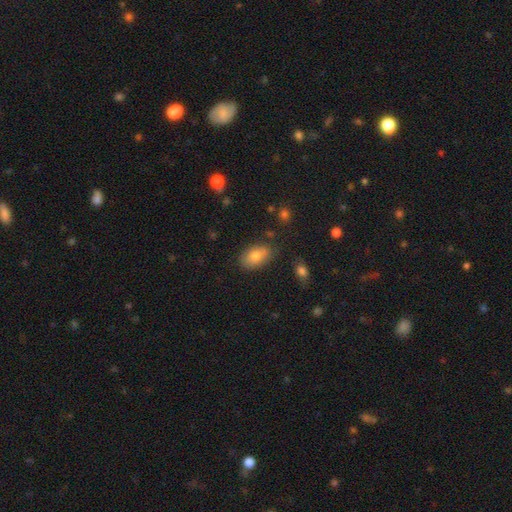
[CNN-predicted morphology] smooth_or_featured: smooth (p=0.78) [alt: featured or disk p=0.13]
how_rounded: in between (p=0.91) [alt: round p=0.07]
merging: none (p=0.79) [alt: minor disturbance p=0.15]